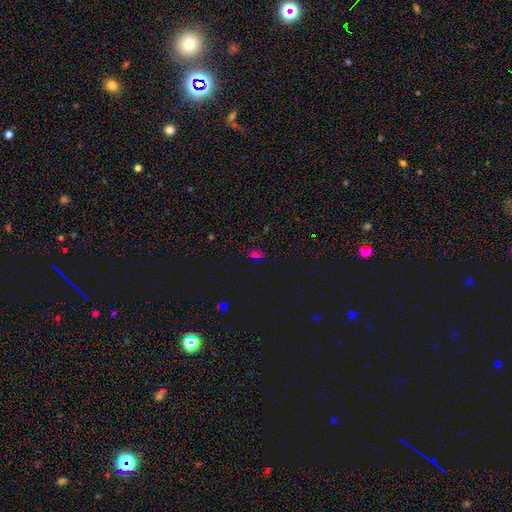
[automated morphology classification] A star or artifact, not a galaxy (47%).

Vote fractions:
- Smooth or featured? star or artifact: 47% / smooth: 44% / featured or disk: 9%